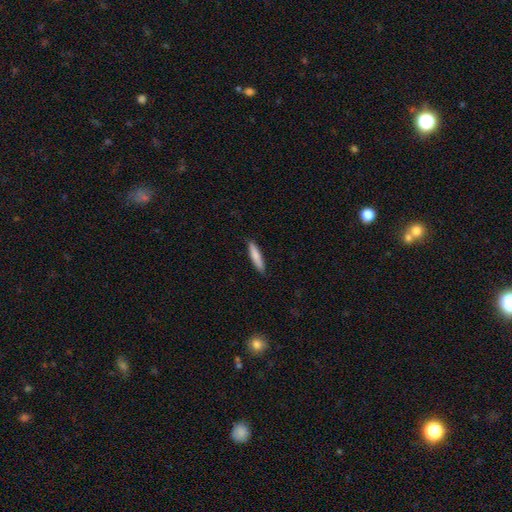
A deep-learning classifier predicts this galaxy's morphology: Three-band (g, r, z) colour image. It shows a smooth galaxy with no disk features (81%) that is cigar-shaped (87%). Merging: none (89%).